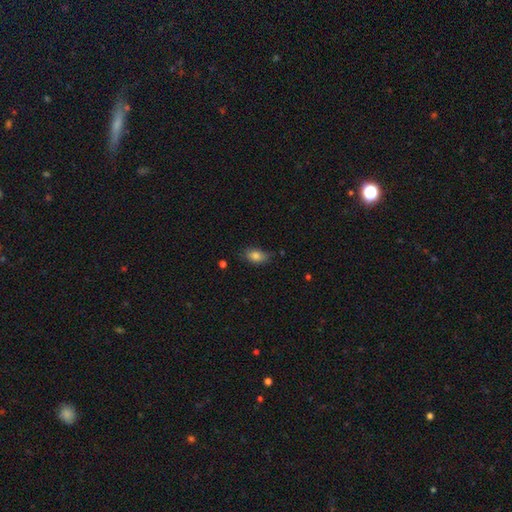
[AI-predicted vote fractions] A smooth galaxy with no disk features (82%) that is in between round and cigar-shaped (86%).

Vote fractions:
- Smooth or featured? smooth: 82% / star or artifact: 9% / featured or disk: 9%
- How rounded? in between: 86% / round: 11% / cigar-shaped: 3%
- Merging? none: 71% / minor disturbance: 23% / major disturbance: 4% / merger: 2%